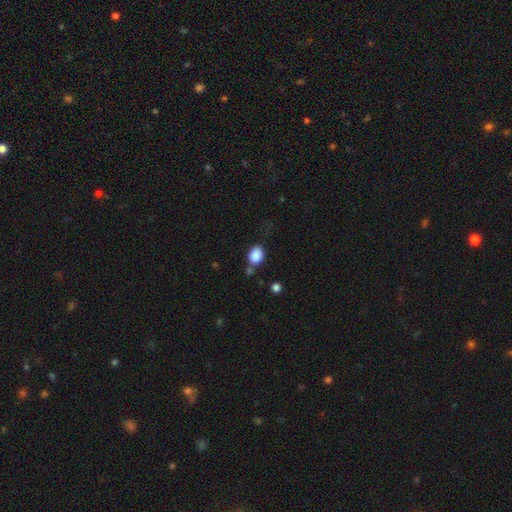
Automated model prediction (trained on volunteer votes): This is clearly a smooth galaxy (87%). How rounded: likely in between (64%). Merging: likely none (60%).